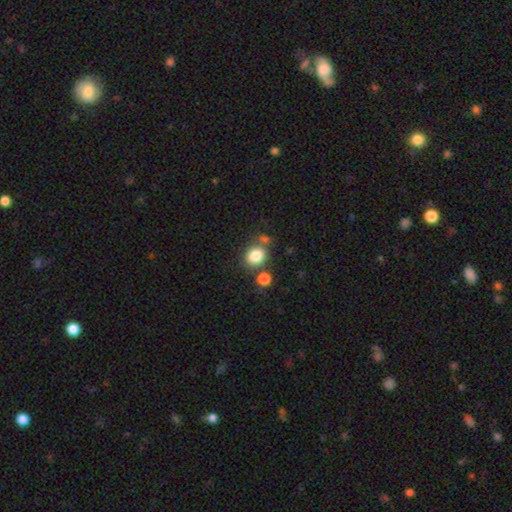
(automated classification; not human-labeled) smooth 83%, star or artifact 10%, featured or disk 7%. Down the decision tree: how rounded — round (67%); merging — none (67%).